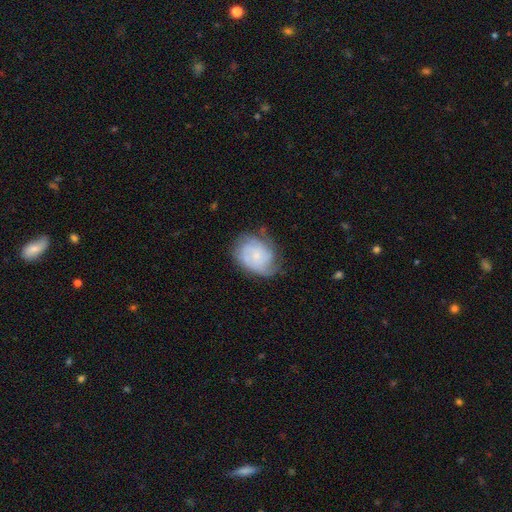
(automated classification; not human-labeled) This appears to be a featured or disk galaxy (65%) with no bar (77%), tight (58%) spiral arms (89%) and a small central bulge (69%). Merging: none (62%).